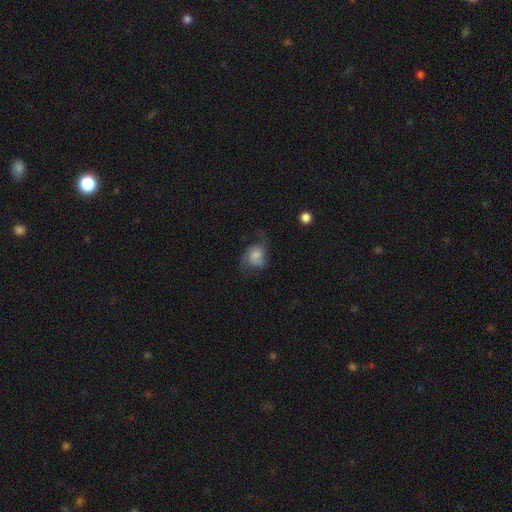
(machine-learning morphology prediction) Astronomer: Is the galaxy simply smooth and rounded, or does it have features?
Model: smooth — 48% (runner-up: featured or disk, 43%).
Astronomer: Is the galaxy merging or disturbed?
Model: none — 41% (runner-up: major disturbance, 29%).